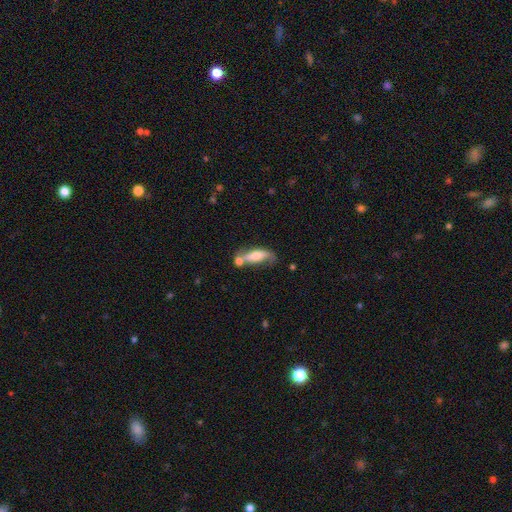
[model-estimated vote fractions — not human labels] Smooth or featured? Predicted: smooth (p=0.54). How rounded? Predicted: in between (p=0.63). Merging? Predicted: none (p=0.37).